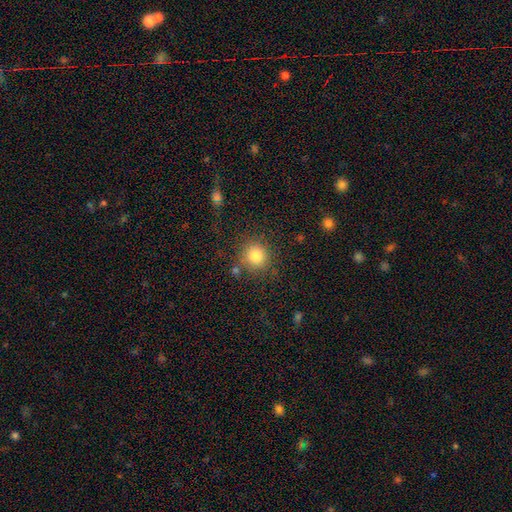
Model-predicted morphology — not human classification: This is clearly a smooth galaxy (83%). How rounded: clearly round (89%). Merging: clearly none (80%).